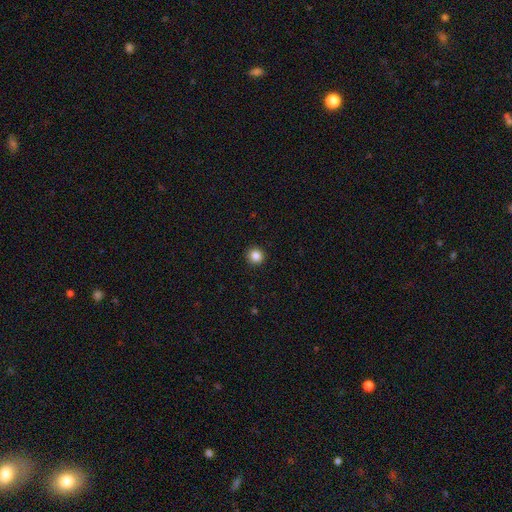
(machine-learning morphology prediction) smooth-or-featured: smooth: 85% | star or artifact: 11% | featured or disk: 4%
  how-rounded: round: 94% | in between: 5% | cigar-shaped: 1%
  merging: none: 93% | minor disturbance: 5% | major disturbance: 2% | merger: 1%